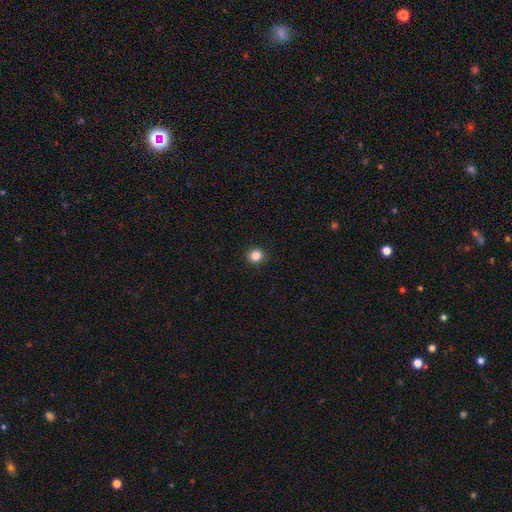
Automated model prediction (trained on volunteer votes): Smooth or featured: smooth — 85% (star or artifact — 12%)
How rounded: round — 92% (in between — 7%)
Merging: none — 93% (minor disturbance — 5%)